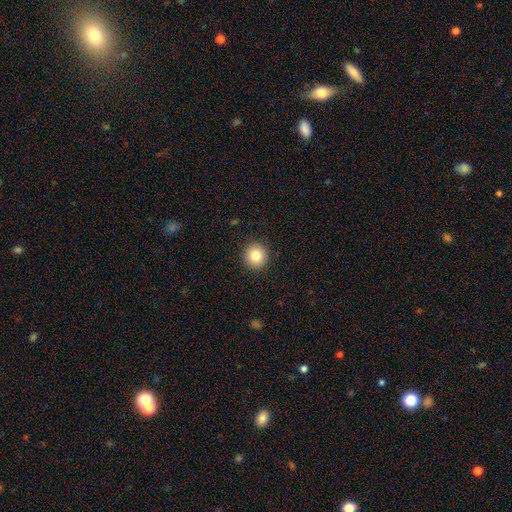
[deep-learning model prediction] Smooth or featured? smooth (83%)
How rounded? round (92%)
Merging? none (92%)